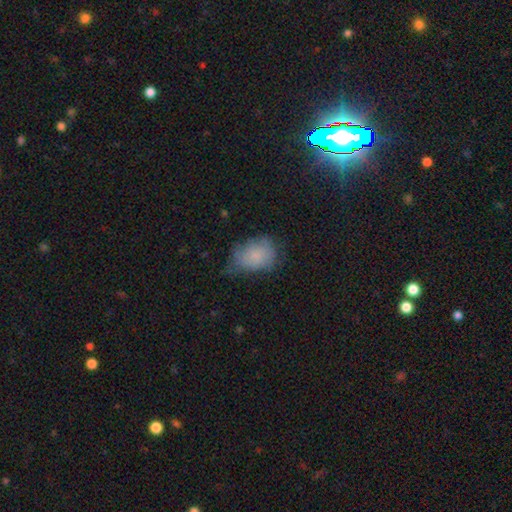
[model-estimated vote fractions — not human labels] Smooth or featured? smooth (76%)
How rounded? in between (70%)
Merging? none (45%)